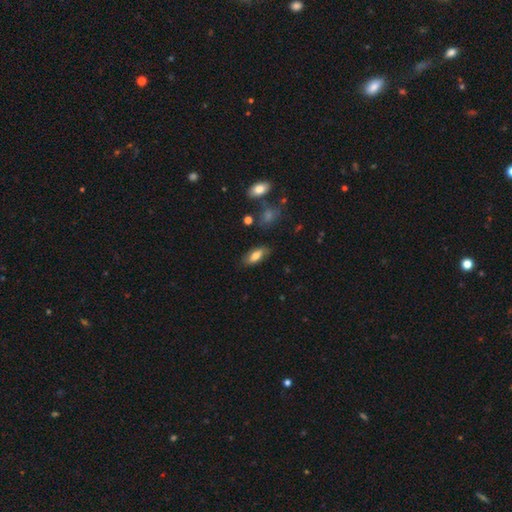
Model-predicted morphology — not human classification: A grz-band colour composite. It shows a smooth galaxy with no disk features (75%) that is in between round and cigar-shaped (80%). Merging: none (78%).